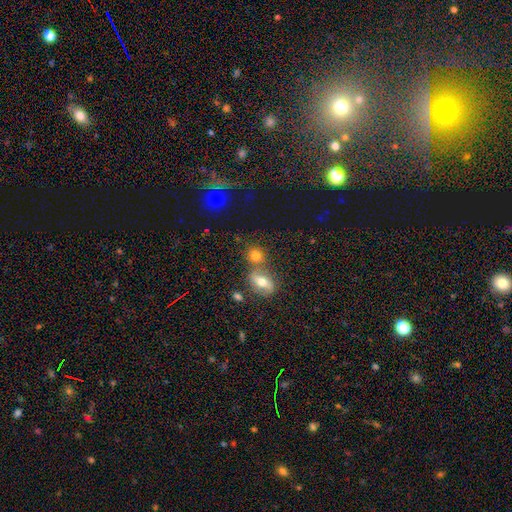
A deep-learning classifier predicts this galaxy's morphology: The model was most divided on "merging": none: 55%, merger: 32%, minor disturbance: 9%, major disturbance: 4%. More confident: smooth or featured — smooth (75%); how rounded — round (69%).